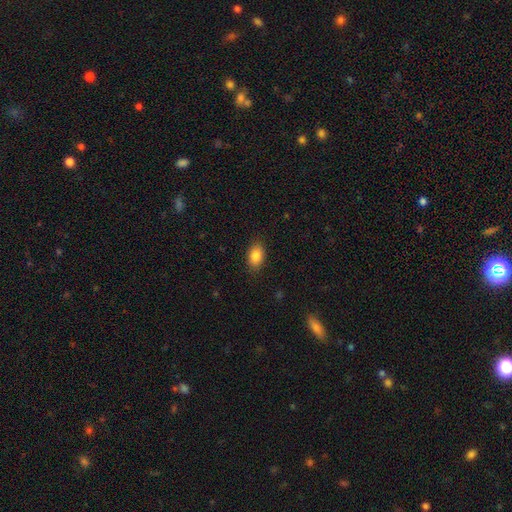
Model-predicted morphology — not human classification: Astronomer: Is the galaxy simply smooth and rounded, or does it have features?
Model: smooth — 86%.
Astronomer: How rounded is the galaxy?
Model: in between — 86%.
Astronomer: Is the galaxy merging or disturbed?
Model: none — 86%.